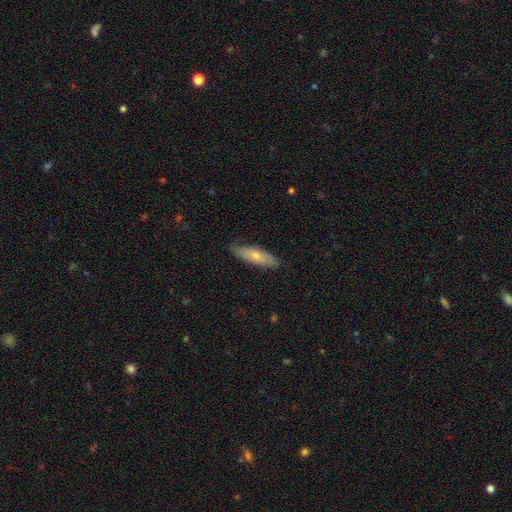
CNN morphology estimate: Q: Smooth or featured?
A: smooth (60%); runner-up: featured or disk (35%)
Q: How rounded?
A: in between (49%); tied with: cigar-shaped (49%)
Q: Merging?
A: none (79%); runner-up: minor disturbance (17%)